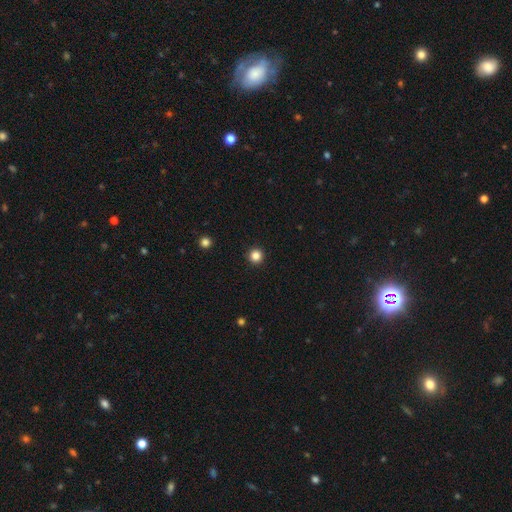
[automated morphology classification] Overall: smooth (84%). How rounded: round (96%). Merging: none (94%).